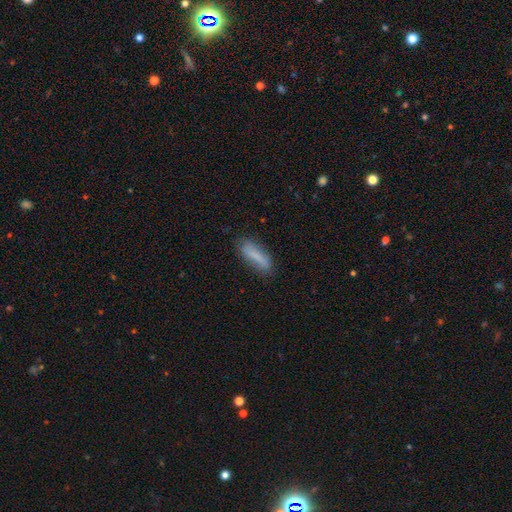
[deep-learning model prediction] Smooth or featured? Predicted: smooth (p=0.78). How rounded? Predicted: cigar-shaped (p=0.57). Merging? Predicted: none (p=0.76).